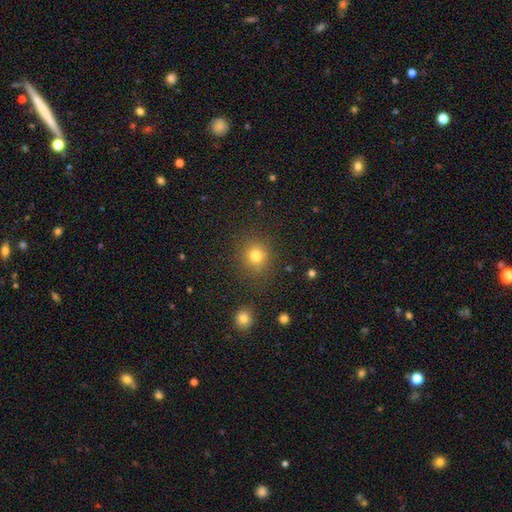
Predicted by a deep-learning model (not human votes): Smooth or featured? smooth (78%)
How rounded? round (87%)
Merging? none (84%)